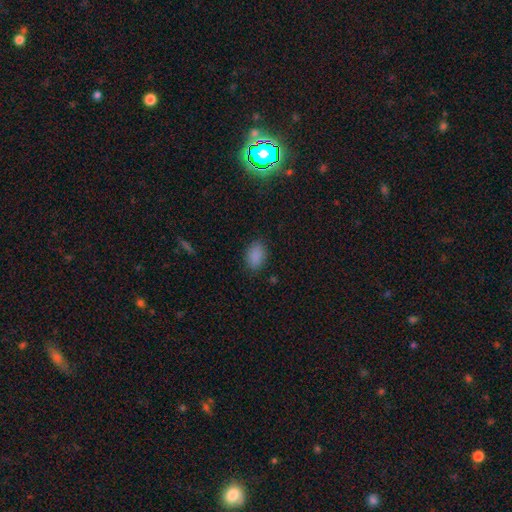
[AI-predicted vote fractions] The model was most divided on "how rounded": in between: 83%, round: 16%, cigar-shaped: 1%. More confident: smooth or featured — smooth (87%); merging — none (83%).